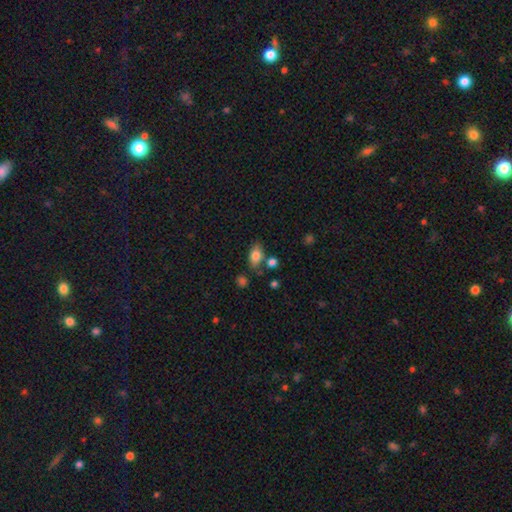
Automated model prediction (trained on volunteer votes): Morphology: type=smooth (80%); roundness=in between (85%); merging=none (69%).